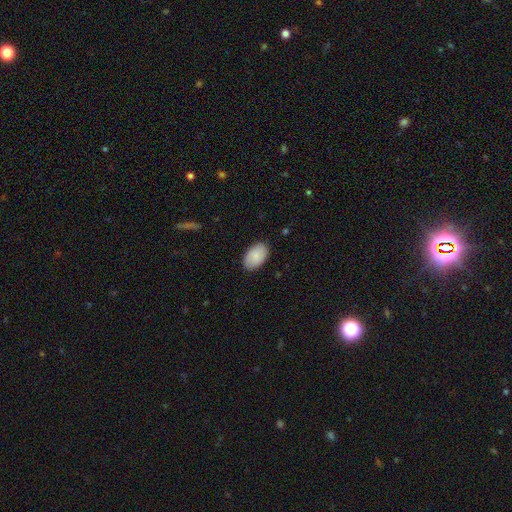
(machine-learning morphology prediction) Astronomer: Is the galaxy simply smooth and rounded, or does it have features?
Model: smooth — 87%.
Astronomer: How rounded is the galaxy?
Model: in between — 93%.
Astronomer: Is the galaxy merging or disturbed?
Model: none — 87%.